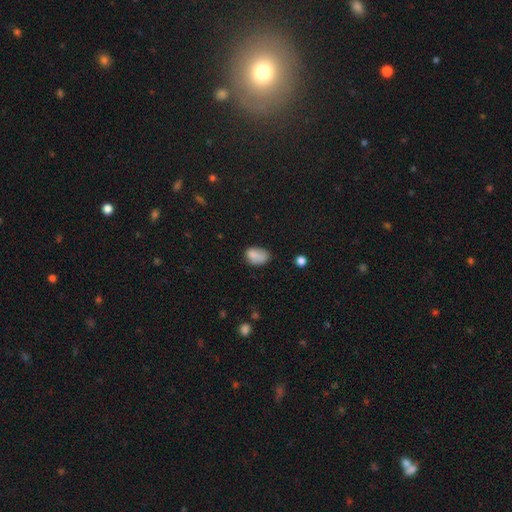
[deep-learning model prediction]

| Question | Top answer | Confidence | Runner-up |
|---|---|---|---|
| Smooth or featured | smooth | 83% | star or artifact (10%) |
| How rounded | in between | 84% | round (14%) |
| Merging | none | 56% | minor disturbance (31%) |